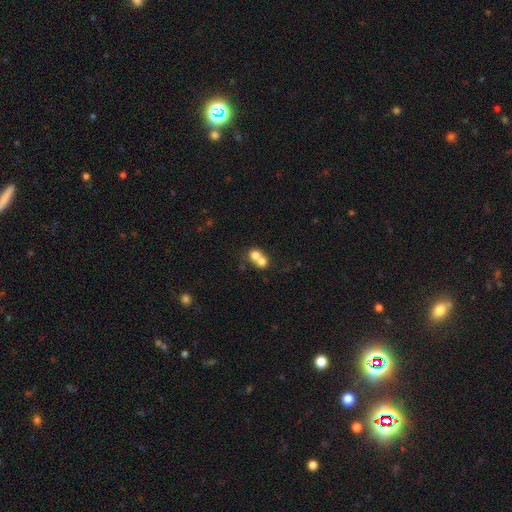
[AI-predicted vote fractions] Q: Smooth or featured?
A: smooth (71%); runner-up: featured or disk (19%)
Q: How rounded?
A: round (74%); runner-up: in between (25%)
Q: Merging?
A: merger (70%); runner-up: none (23%)